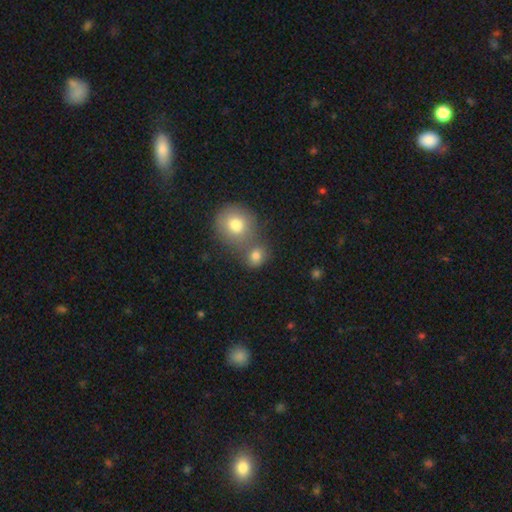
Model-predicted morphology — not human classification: This appears to be a smooth galaxy with no disk features (80%) that is round (72%). Merging: merger (45%).